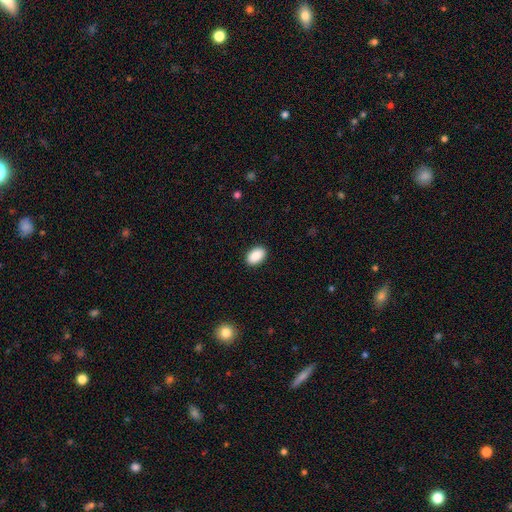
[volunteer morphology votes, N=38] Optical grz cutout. It shows a smooth galaxy with no disk features (92%) that is in between round and cigar-shaped (94%). Merging: none (81%).